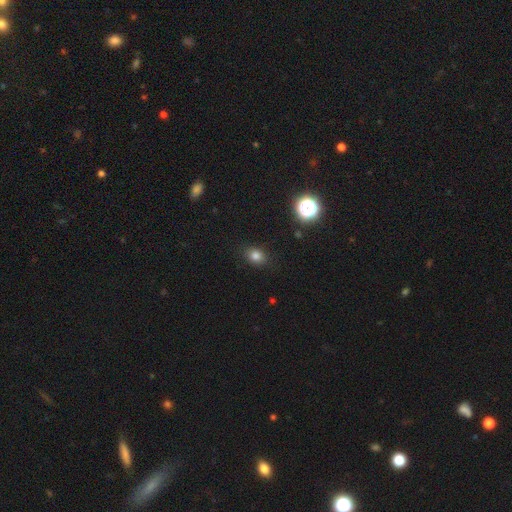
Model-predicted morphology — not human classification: Smooth or featured? Predicted: smooth (p=0.79). How rounded? Predicted: in between (p=0.57). Merging? Predicted: none (p=0.86).